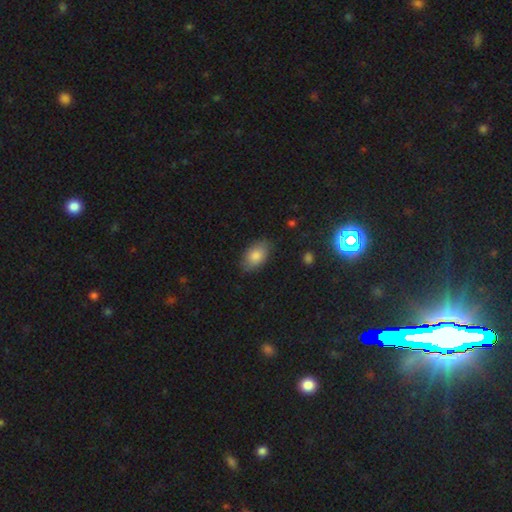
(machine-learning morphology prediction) This appears to be a smooth galaxy with no disk features (83%) that is in between round and cigar-shaped (92%). Merging: none (82%).